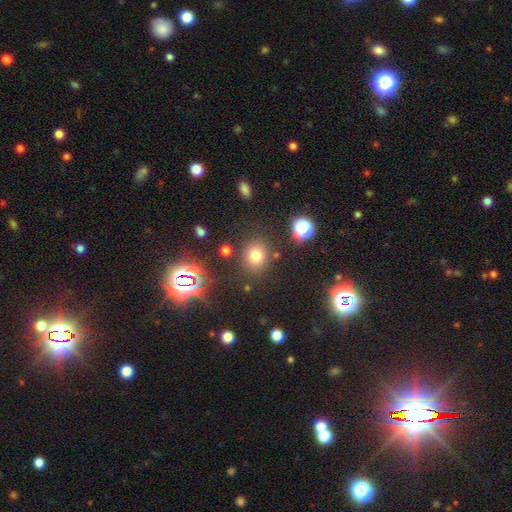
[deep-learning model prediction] Smooth or featured?
  - smooth: 71% *
  - star or artifact: 21%
  - featured or disk: 8%
How rounded?
  - round: 74% *
  - in between: 25%
  - cigar-shaped: 1%
Merging?
  - none: 81% *
  - minor disturbance: 10%
  - merger: 5%
  - major disturbance: 4%